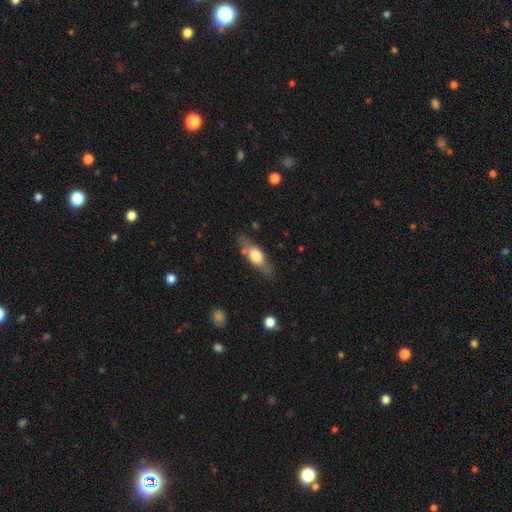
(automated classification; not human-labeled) A smooth galaxy with no disk features (52%) that is in between round and cigar-shaped (57%).

Vote fractions:
- Smooth or featured? smooth: 52% / featured or disk: 42% / star or artifact: 6%
- How rounded? in between: 57% / cigar-shaped: 38% / round: 5%
- Merging? none: 75% / minor disturbance: 16% / major disturbance: 5% / merger: 4%